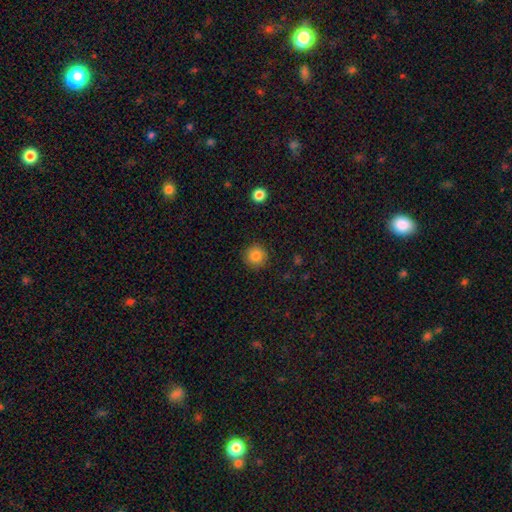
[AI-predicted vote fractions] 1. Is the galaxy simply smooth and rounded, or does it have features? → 85% smooth, 10% star or artifact, 5% featured or disk.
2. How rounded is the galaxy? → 94% round, 5% in between, 1% cigar-shaped.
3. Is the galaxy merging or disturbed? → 91% none, 6% minor disturbance, 2% major disturbance, 1% merger.